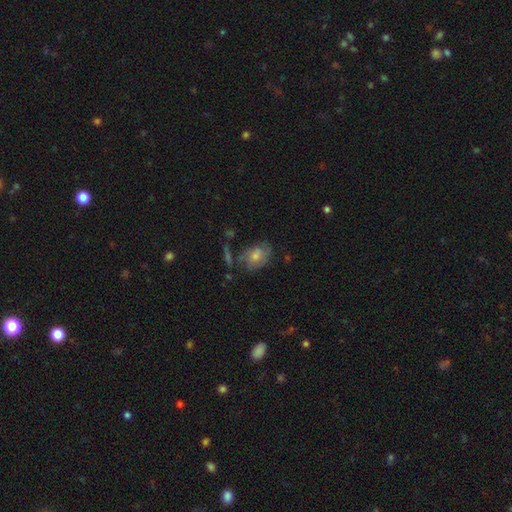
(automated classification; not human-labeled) smooth 58%, featured or disk 33%, star or artifact 9%. Down the decision tree: how rounded — in between (75%); merging — none (54%).